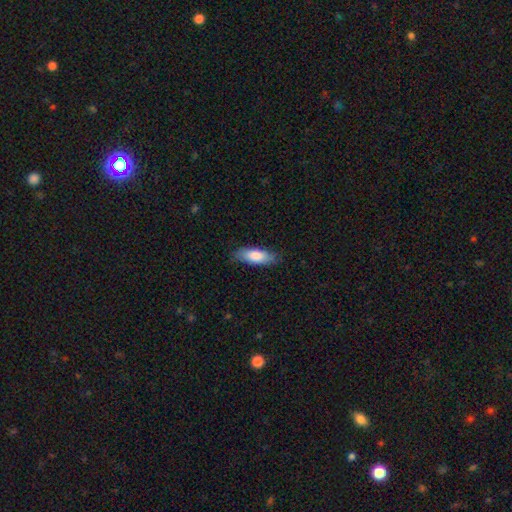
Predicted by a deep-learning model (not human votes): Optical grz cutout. It shows a smooth galaxy with no disk features (80%) that is in between round and cigar-shaped (71%). Merging: none (82%).